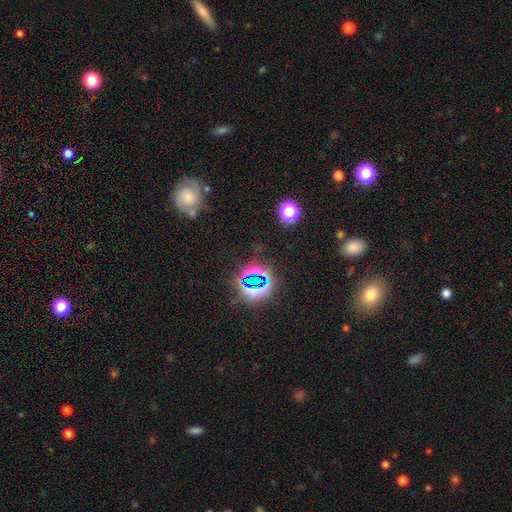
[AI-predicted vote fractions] smooth-or-featured: star or artifact: 71% | smooth: 17% | featured or disk: 12%